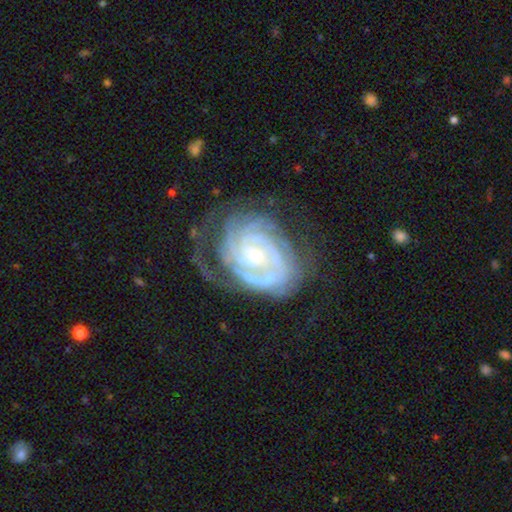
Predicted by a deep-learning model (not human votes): This is clearly a featured or disk galaxy (90%). It is clearly not viewed edge-on (97%). Bar: likely no (66%). Spiral arm pattern: clearly yes (98%). Spiral arm count: marginally 3 (25%). Spiral winding: likely tight (79%). Central bulge: likely small (71%). Merging: possibly none (60%).